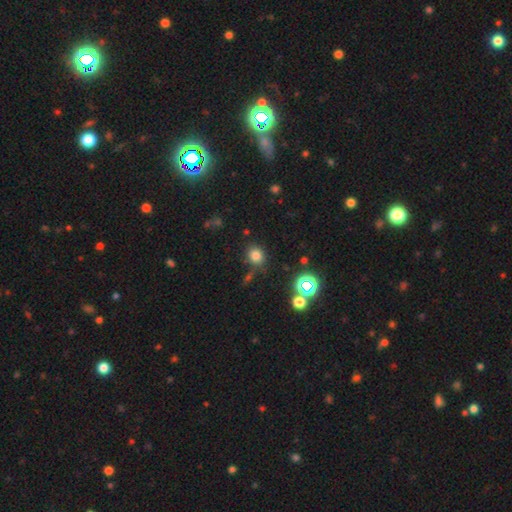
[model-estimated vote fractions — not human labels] Overall: smooth (75%). How rounded: round (74%). Merging: none (77%).